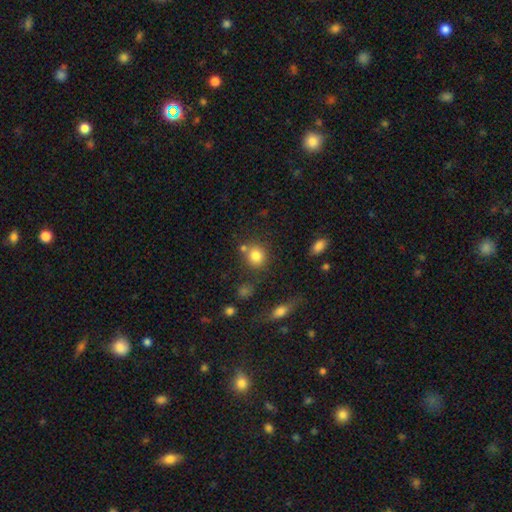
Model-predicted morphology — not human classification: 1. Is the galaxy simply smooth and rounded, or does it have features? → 82% smooth, 11% star or artifact, 7% featured or disk.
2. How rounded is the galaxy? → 83% round, 16% in between, 1% cigar-shaped.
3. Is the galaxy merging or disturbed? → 68% none, 16% merger, 11% minor disturbance, 4% major disturbance.